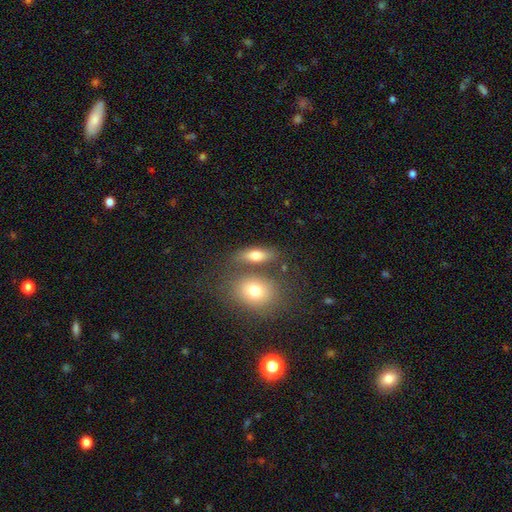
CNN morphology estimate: Q: Smooth or featured?
A: smooth (72%); runner-up: featured or disk (18%)
Q: How rounded?
A: in between (69%); runner-up: round (16%)
Q: Merging?
A: none (62%); runner-up: merger (21%)